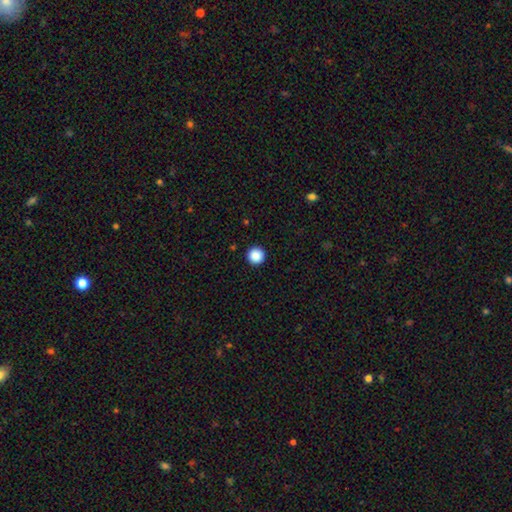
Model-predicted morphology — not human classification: Q: Smooth or featured?
A: smooth (88%); runner-up: star or artifact (9%)
Q: How rounded?
A: round (97%); runner-up: in between (2%)
Q: Merging?
A: none (94%); runner-up: minor disturbance (4%)